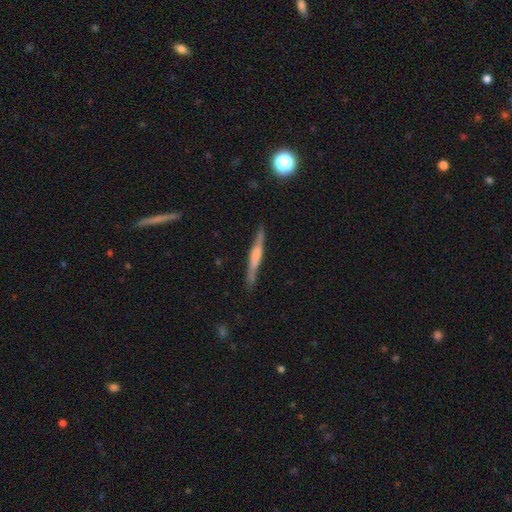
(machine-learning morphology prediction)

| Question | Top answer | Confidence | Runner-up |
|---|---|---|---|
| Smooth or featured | featured or disk | 58% | smooth (35%) |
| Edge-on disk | yes | 96% | no (4%) |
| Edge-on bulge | boxy | 41% | rounded (36%) |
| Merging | none | 86% | minor disturbance (11%) |